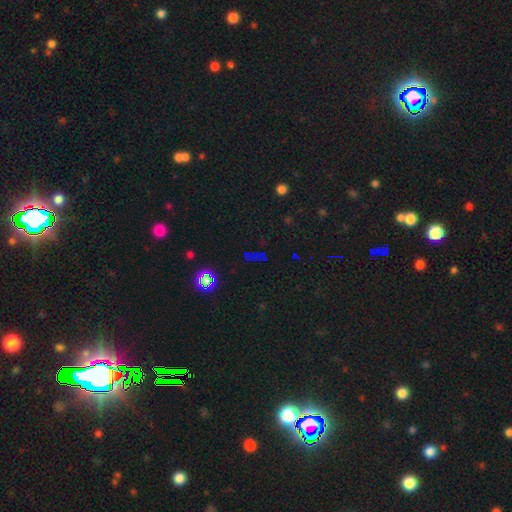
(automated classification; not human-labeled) A star or artifact, not a galaxy (68%).

Vote fractions:
- Smooth or featured? star or artifact: 68% / smooth: 22% / featured or disk: 10%